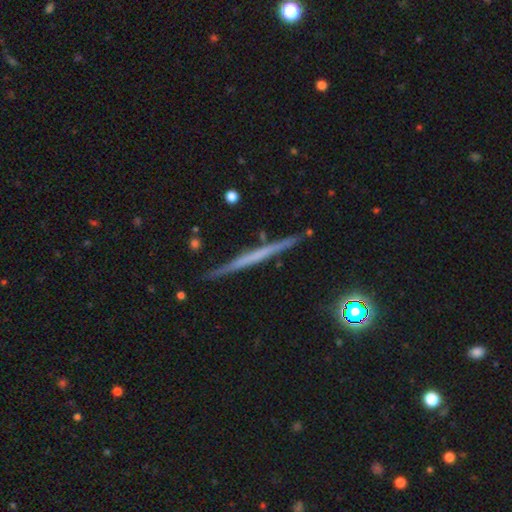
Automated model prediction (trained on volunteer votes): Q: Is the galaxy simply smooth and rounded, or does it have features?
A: featured or disk — 61%.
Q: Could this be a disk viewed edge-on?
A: yes — 97%.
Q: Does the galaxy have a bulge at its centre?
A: none — 88%.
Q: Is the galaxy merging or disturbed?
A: none — 89%.